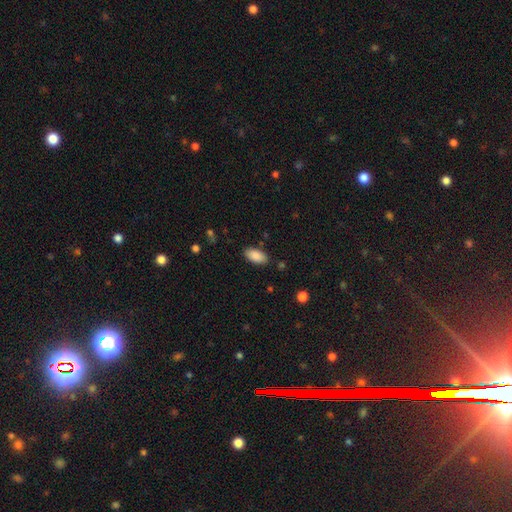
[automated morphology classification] smooth 89%, star or artifact 7%, featured or disk 5%. Down the decision tree: how rounded — in between (93%); merging — none (86%).